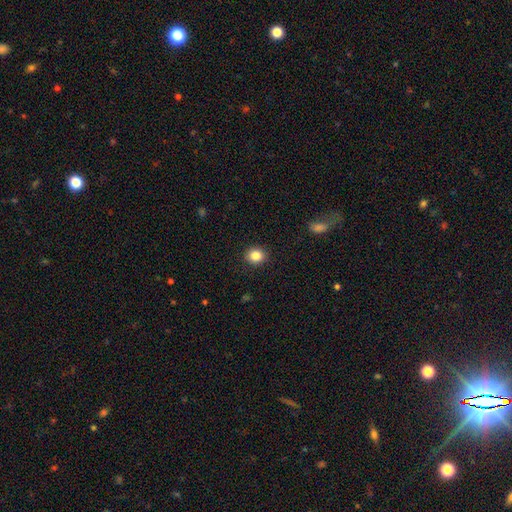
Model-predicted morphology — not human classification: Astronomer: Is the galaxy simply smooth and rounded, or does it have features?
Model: smooth — 84%.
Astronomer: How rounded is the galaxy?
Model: round — 78%.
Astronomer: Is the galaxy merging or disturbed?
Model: none — 91%.